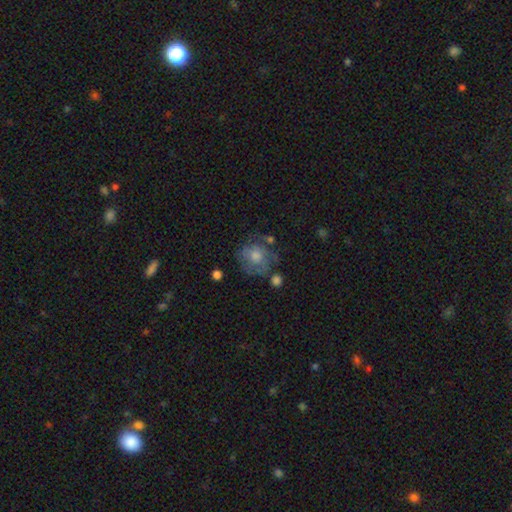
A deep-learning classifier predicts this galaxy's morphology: Q: Smooth or featured?
A: featured or disk (47%); runner-up: smooth (43%)
Q: Merging?
A: none (58%); runner-up: minor disturbance (22%)